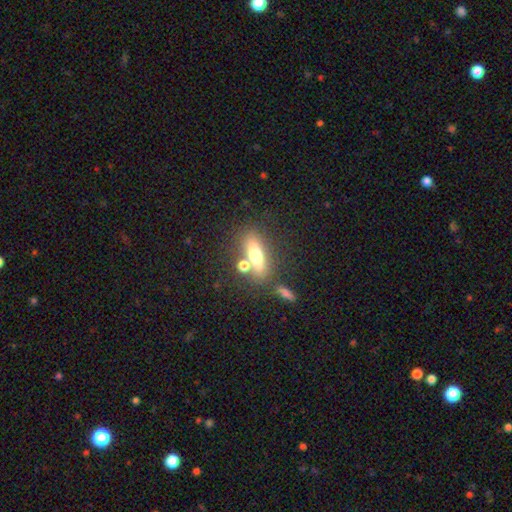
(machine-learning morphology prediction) The model was most divided on "how rounded": in between: 54%, cigar-shaped: 39%, round: 7%. More confident: smooth or featured — smooth (63%); merging — none (63%).